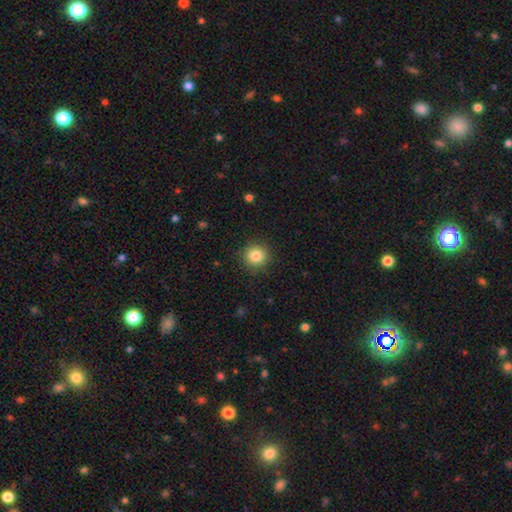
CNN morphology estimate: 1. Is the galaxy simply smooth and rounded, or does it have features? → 84% smooth, 10% star or artifact, 6% featured or disk.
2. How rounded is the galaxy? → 93% round, 6% in between, 1% cigar-shaped.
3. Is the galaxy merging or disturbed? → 90% none, 7% minor disturbance, 2% major disturbance, 1% merger.